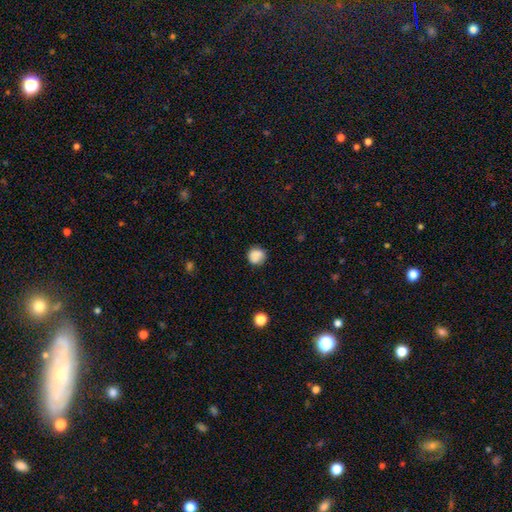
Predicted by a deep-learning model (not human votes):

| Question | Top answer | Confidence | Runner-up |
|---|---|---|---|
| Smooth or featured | smooth | 85% | star or artifact (9%) |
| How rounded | round | 87% | in between (12%) |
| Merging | none | 76% | minor disturbance (17%) |